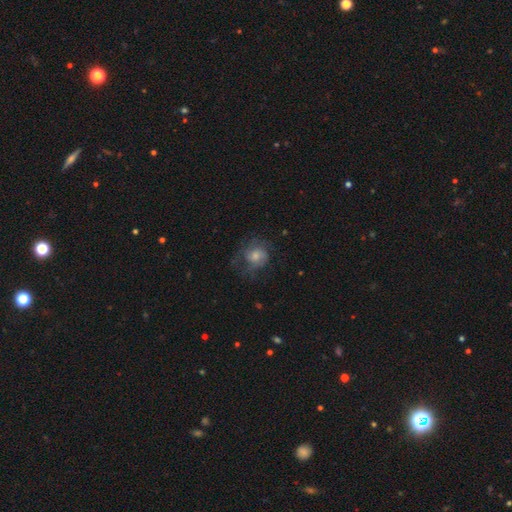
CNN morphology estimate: smooth-or-featured: smooth: 50% | featured or disk: 41% | star or artifact: 9%
  merging: none: 52% | minor disturbance: 24% | major disturbance: 23% | merger: 1%